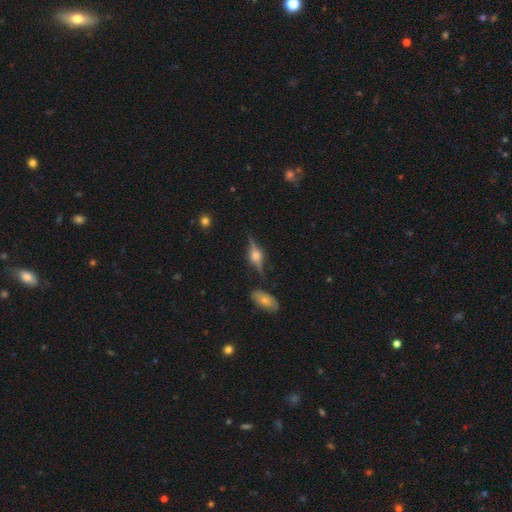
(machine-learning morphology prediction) This appears to be a featured or disk galaxy (80%) viewed edge-on (96%) with a rounded central bulge (92%). Merging: none (83%).